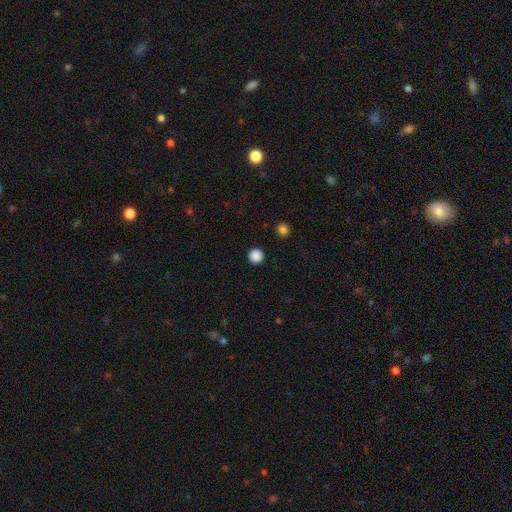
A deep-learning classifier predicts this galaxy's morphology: This appears to be a smooth galaxy with no disk features (87%) that is round (96%). Merging: none (93%).